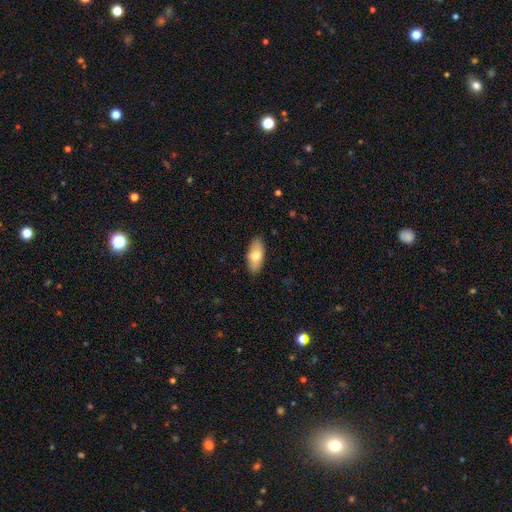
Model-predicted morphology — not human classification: Smooth or featured? Predicted: smooth (p=0.75). How rounded? Predicted: in between (p=0.87). Merging? Predicted: none (p=0.86).